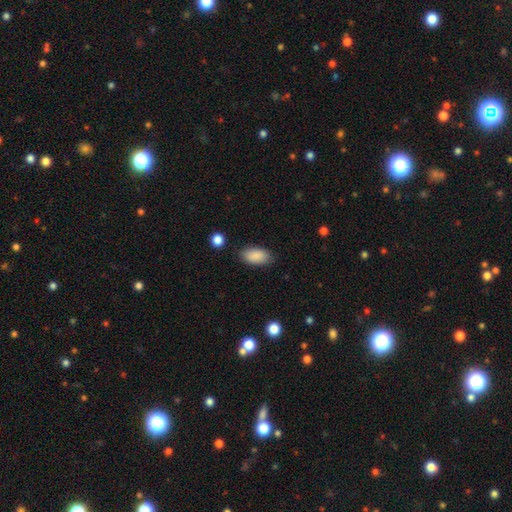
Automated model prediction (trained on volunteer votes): The model was most divided on "merging": none: 84%, minor disturbance: 12%, major disturbance: 3%, merger: 1%. More confident: how rounded — in between (93%); smooth or featured — smooth (89%).